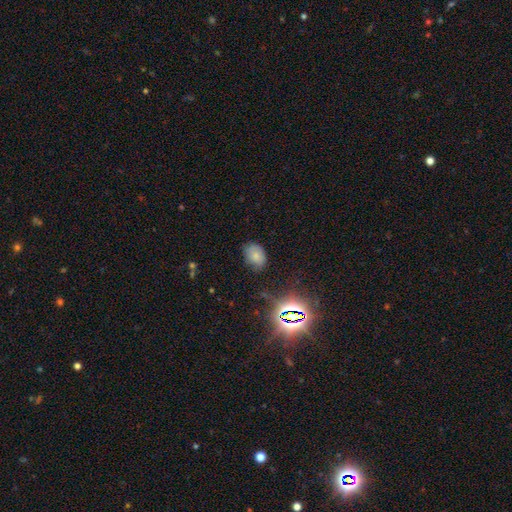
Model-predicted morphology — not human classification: smooth-or-featured: smooth: 72% | star or artifact: 18% | featured or disk: 10%
  how-rounded: in between: 73% | round: 26% | cigar-shaped: 1%
  merging: none: 69% | minor disturbance: 23% | major disturbance: 6% | merger: 2%